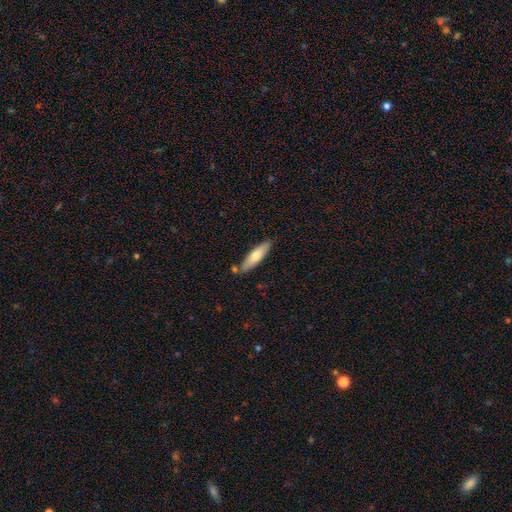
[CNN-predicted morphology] smooth_or_featured: smooth (p=0.66) [alt: featured or disk p=0.29]
how_rounded: cigar-shaped (p=0.65) [alt: in between p=0.34]
merging: none (p=0.77) [alt: minor disturbance p=0.14]